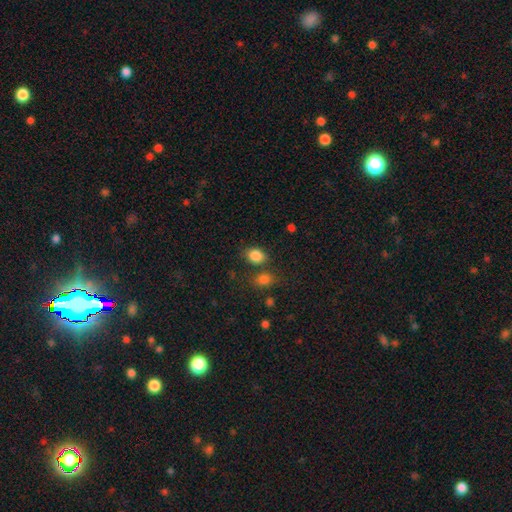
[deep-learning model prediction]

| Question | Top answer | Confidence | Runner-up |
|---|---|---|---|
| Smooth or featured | smooth | 85% | star or artifact (10%) |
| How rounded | in between | 60% | round (39%) |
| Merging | none | 69% | merger (14%) |